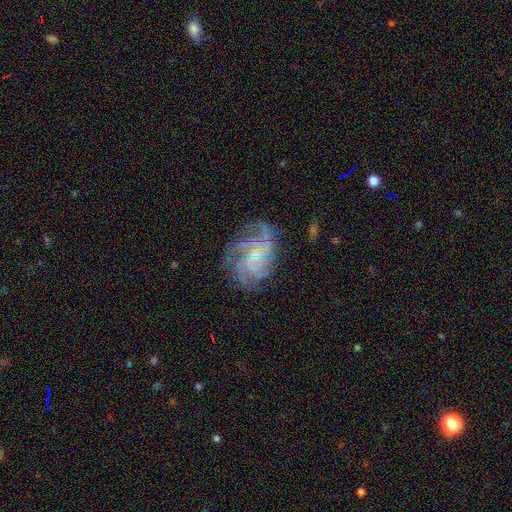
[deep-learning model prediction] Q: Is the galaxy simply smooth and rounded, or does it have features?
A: featured or disk — 82%.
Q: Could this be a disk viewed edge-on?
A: no — 98%.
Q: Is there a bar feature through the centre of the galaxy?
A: no — 57%.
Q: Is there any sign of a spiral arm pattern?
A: yes — 96%.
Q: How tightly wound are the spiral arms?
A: tight — 53%.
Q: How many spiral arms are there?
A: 4 — 30%.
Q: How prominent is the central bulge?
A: small — 58%.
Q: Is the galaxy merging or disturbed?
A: none — 67%.